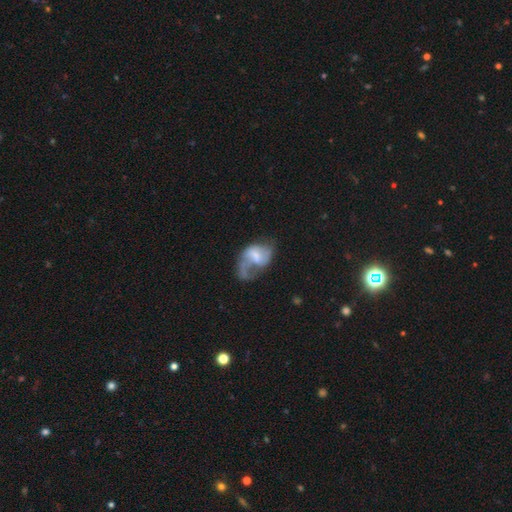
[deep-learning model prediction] A featured or disk galaxy (62%) with a weak bar (46%), spiral arms (71%) and a moderate central bulge (31%).

Vote fractions:
- Smooth or featured? featured or disk: 62% / smooth: 31% / star or artifact: 8%
- Edge-on disk? no: 97% / yes: 3%
- Bar? weak: 46% / no: 40% / strong: 14%
- Spiral arms? yes: 71% / no: 29%
- Bulge size? moderate: 31% / small: 28% / none: 28% / large: 11% / dominant: 2%
- Merging? major disturbance: 47% / none: 26% / minor disturbance: 21% / merger: 6%